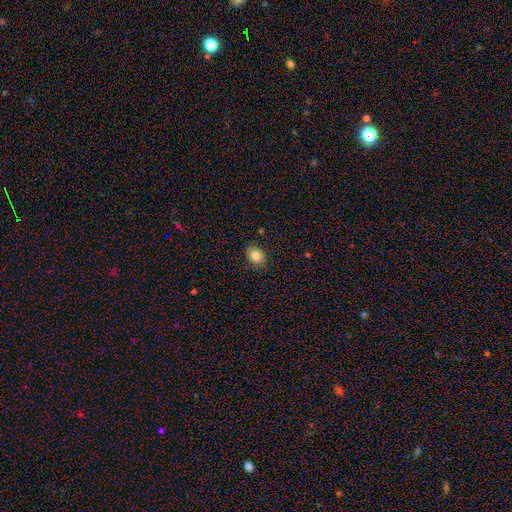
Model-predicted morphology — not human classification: Smooth or featured: smooth — 81% (star or artifact — 9%)
How rounded: in between — 54% (round — 45%)
Merging: none — 83% (minor disturbance — 13%)